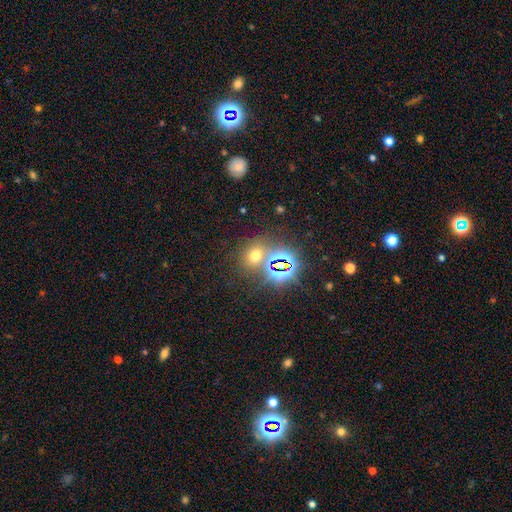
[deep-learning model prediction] Morphology: type=smooth (49%); merging=none (70%).